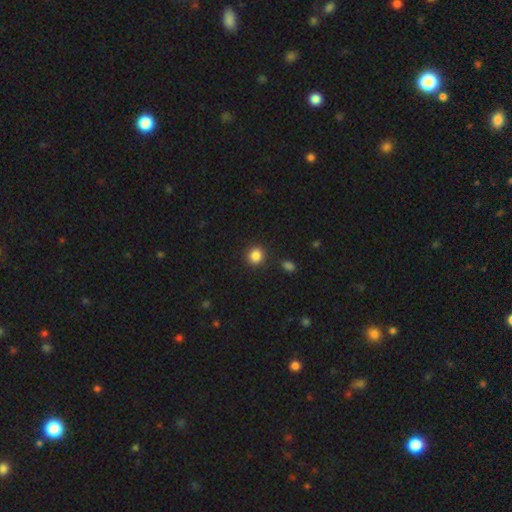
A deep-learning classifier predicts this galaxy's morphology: A smooth galaxy with no disk features (86%) that is round (86%). Merging: none (89%).